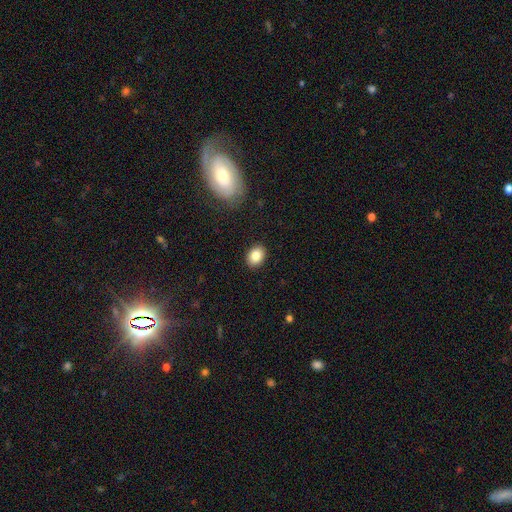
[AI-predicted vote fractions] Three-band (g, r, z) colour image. It shows a smooth galaxy with no disk features (84%) that is in between round and cigar-shaped (64%). Merging: none (89%).